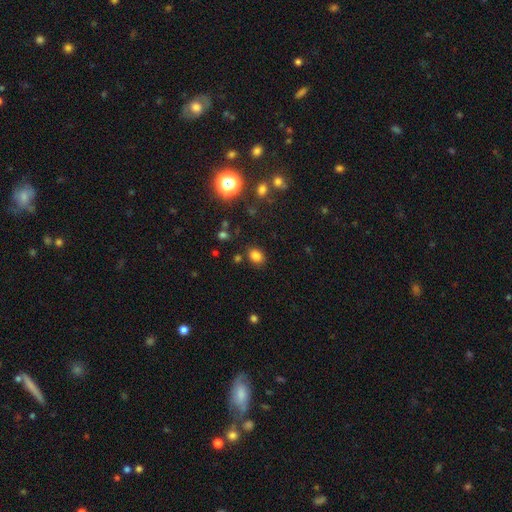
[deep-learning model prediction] Smooth or featured? smooth (79%)
How rounded? in between (60%)
Merging? none (82%)